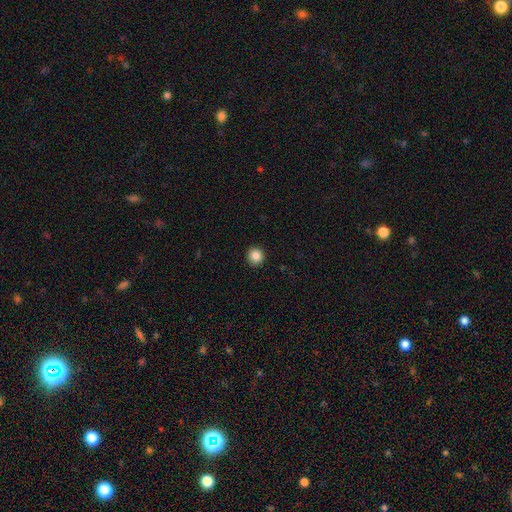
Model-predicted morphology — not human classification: type=smooth (86%); roundness=round (91%); merging=none (93%).